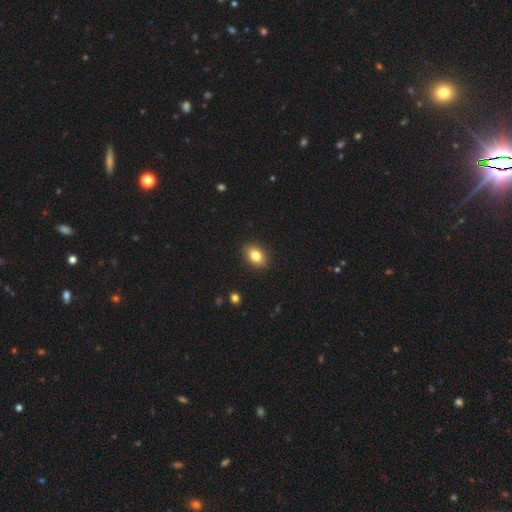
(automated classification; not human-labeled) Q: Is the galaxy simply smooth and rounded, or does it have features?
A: smooth — 82%.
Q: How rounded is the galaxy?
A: in between — 76%.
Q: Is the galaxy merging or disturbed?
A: none — 89%.